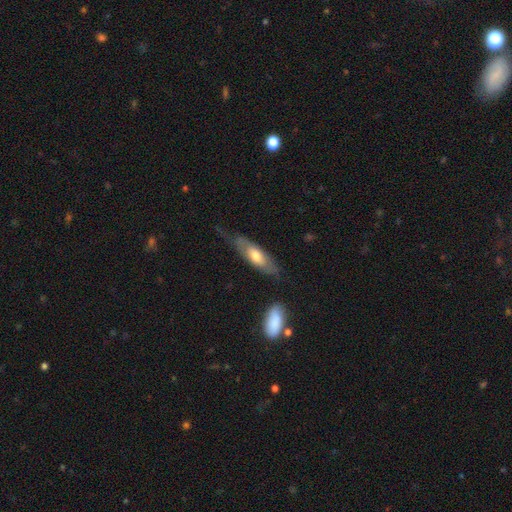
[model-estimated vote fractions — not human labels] This appears to be a smooth galaxy with no disk features (53%) that is in between round and cigar-shaped (55%). Merging: none (55%).